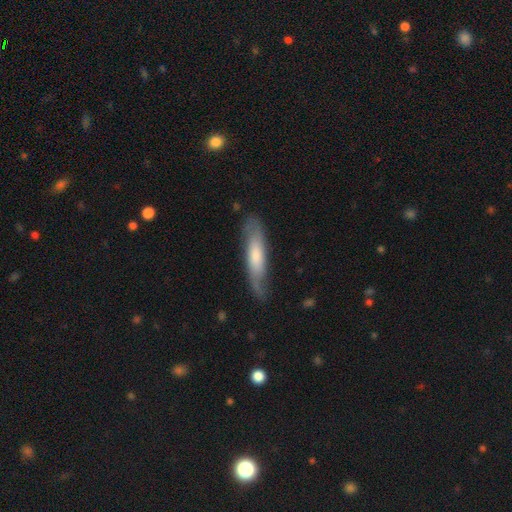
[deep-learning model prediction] Smooth or featured? smooth (50%)
How rounded? cigar-shaped (77%)
Merging? none (73%)